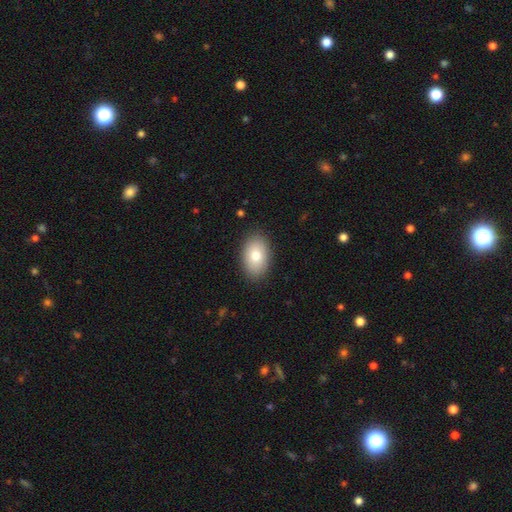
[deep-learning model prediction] Q: Smooth or featured?
A: smooth (79%); runner-up: featured or disk (14%)
Q: How rounded?
A: in between (90%); runner-up: round (9%)
Q: Merging?
A: none (88%); runner-up: minor disturbance (9%)